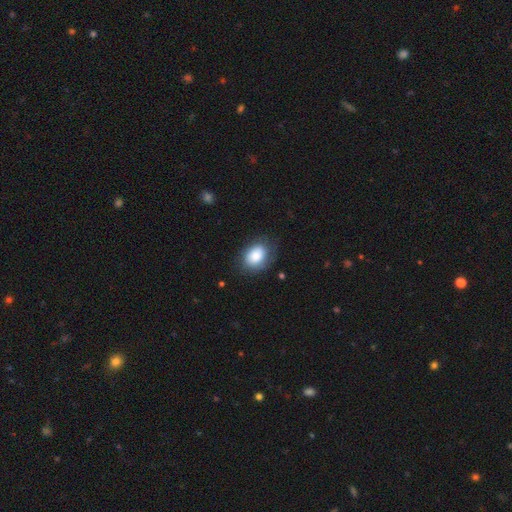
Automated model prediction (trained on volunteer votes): Smooth or featured? smooth (83%)
How rounded? in between (76%)
Merging? none (70%)